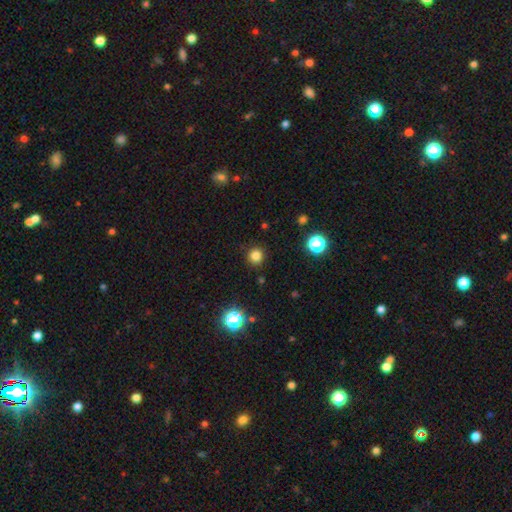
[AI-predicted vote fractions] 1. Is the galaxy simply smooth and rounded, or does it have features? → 81% smooth, 15% star or artifact, 4% featured or disk.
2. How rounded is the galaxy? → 93% round, 6% in between, 1% cigar-shaped.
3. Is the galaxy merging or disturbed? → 91% none, 6% minor disturbance, 2% major disturbance, 1% merger.